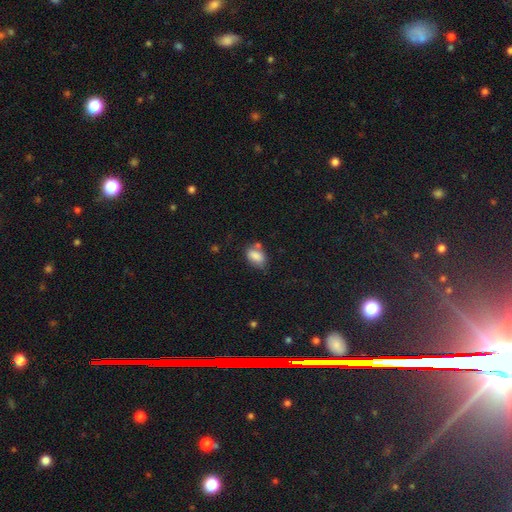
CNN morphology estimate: Smooth or featured? smooth (82%)
How rounded? in between (85%)
Merging? none (55%)